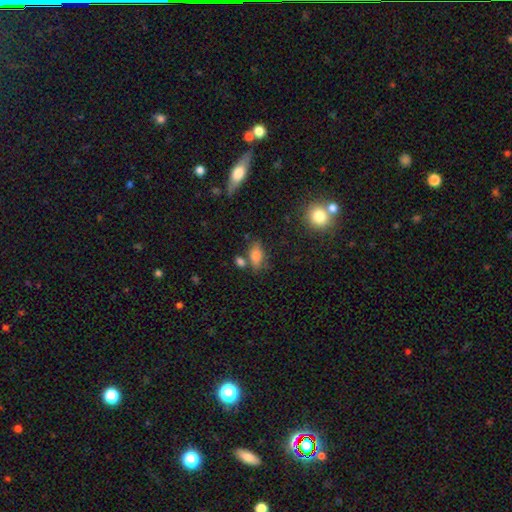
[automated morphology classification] This is likely a smooth galaxy (78%). How rounded: clearly in between (86%). Merging: possibly none (58%).